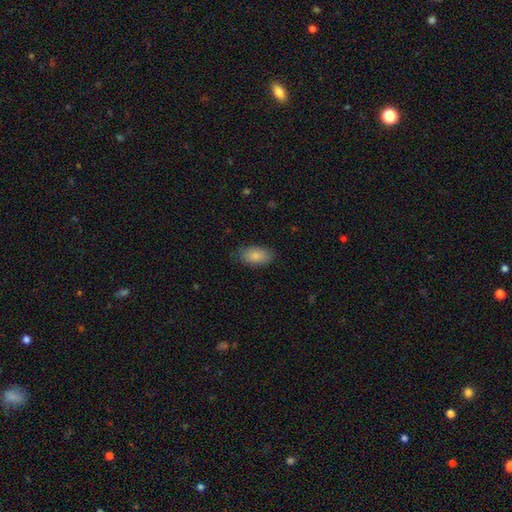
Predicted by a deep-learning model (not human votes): smooth-or-featured: smooth: 85% | featured or disk: 8% | star or artifact: 7%
  how-rounded: in between: 93% | round: 5% | cigar-shaped: 2%
  merging: none: 81% | minor disturbance: 15% | major disturbance: 3% | merger: 1%